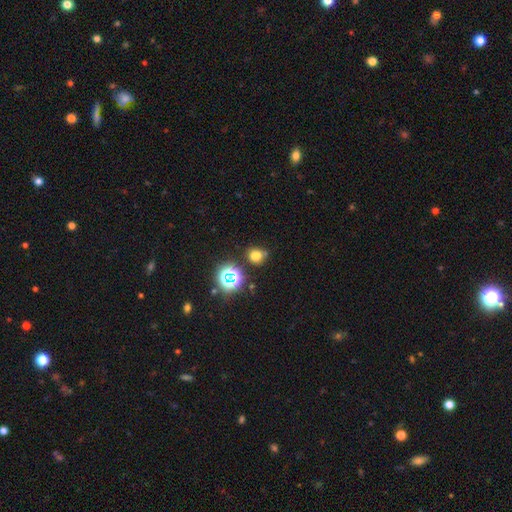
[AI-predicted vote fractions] A smooth galaxy with no disk features (66%) that is round (69%). Merging: none (67%).